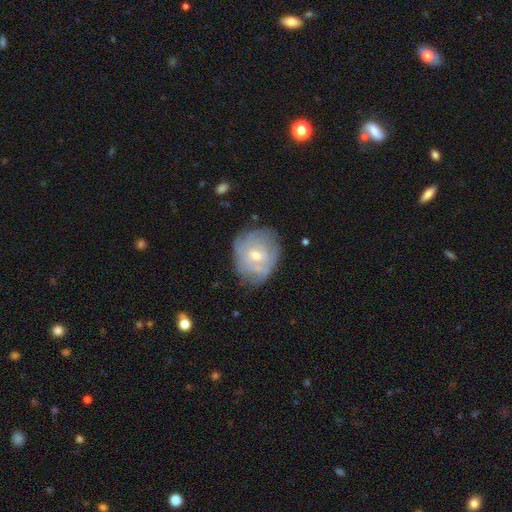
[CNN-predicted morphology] Smooth or featured? featured or disk (62%)
Edge-on disk? no (96%)
Bar? no (67%)
Spiral arms? yes (69%)
Bulge size? small (51%)
Merging? none (67%)